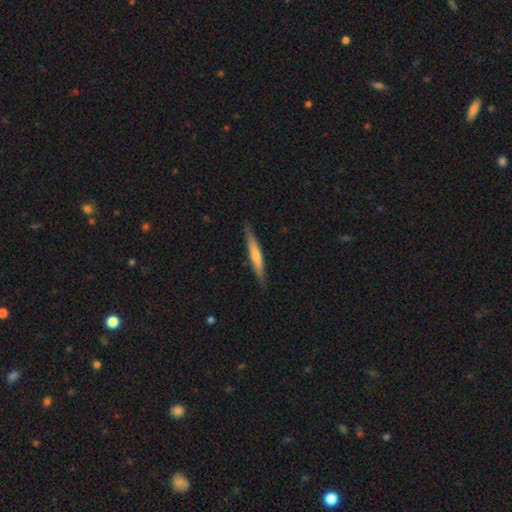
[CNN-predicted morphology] Q: Smooth or featured?
A: smooth (58%); runner-up: featured or disk (37%)
Q: How rounded?
A: cigar-shaped (94%); runner-up: in between (4%)
Q: Merging?
A: none (87%); runner-up: minor disturbance (10%)